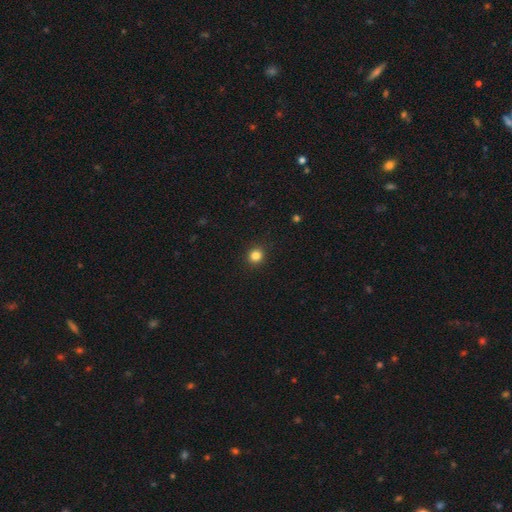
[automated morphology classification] smooth_or_featured: smooth (p=0.84) [alt: star or artifact p=0.12]
how_rounded: round (p=0.92) [alt: in between p=0.08]
merging: none (p=0.91) [alt: minor disturbance p=0.06]